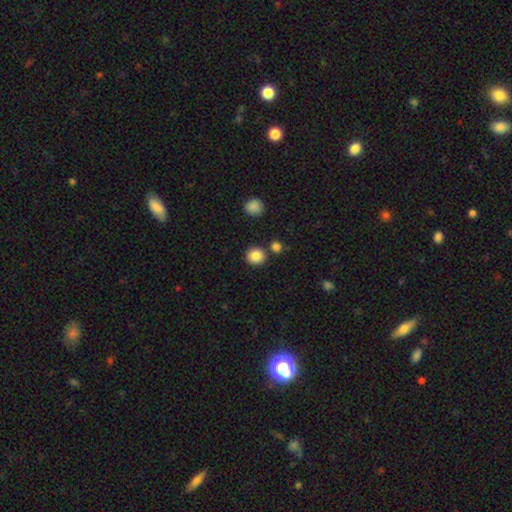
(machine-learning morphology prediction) Smooth or featured? Predicted: smooth (p=0.86). How rounded? Predicted: round (p=0.88). Merging? Predicted: none (p=0.83).